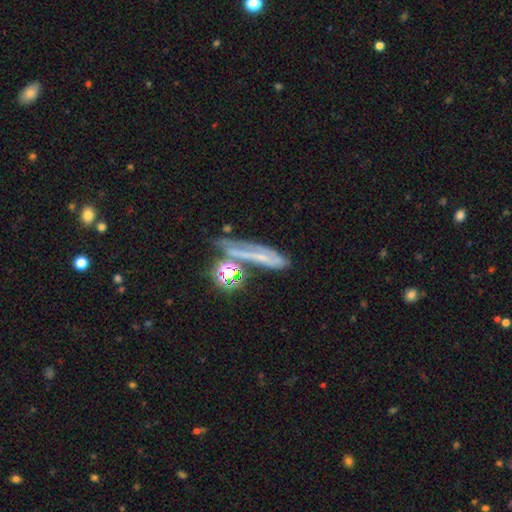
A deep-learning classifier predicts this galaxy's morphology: Smooth or featured? featured or disk (37%)
Merging? none (51%)